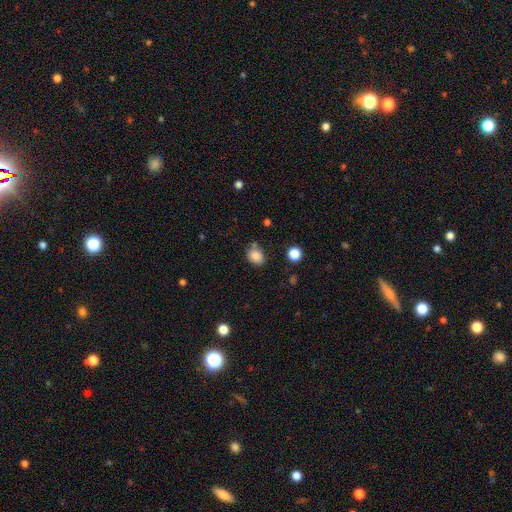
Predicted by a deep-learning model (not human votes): A smooth galaxy with no disk features (85%) that is in between round and cigar-shaped (60%).

Vote fractions:
- Smooth or featured? smooth: 85% / star or artifact: 10% / featured or disk: 5%
- How rounded? in between: 60% / round: 39% / cigar-shaped: 1%
- Merging? none: 71% / minor disturbance: 18% / merger: 7% / major disturbance: 5%